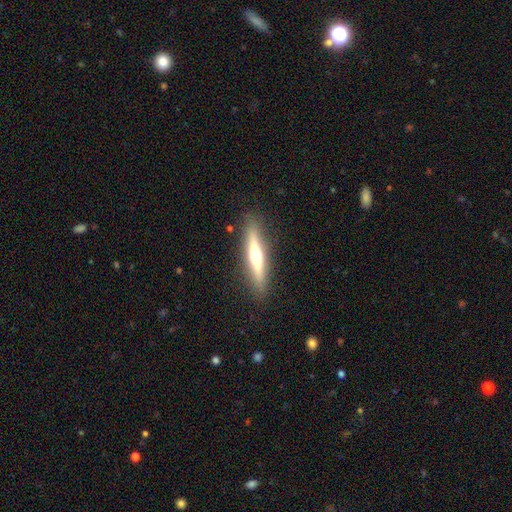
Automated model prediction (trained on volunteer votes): Smooth or featured? featured or disk (55%)
Edge-on disk? yes (94%)
Edge-on bulge? rounded (88%)
Merging? none (89%)